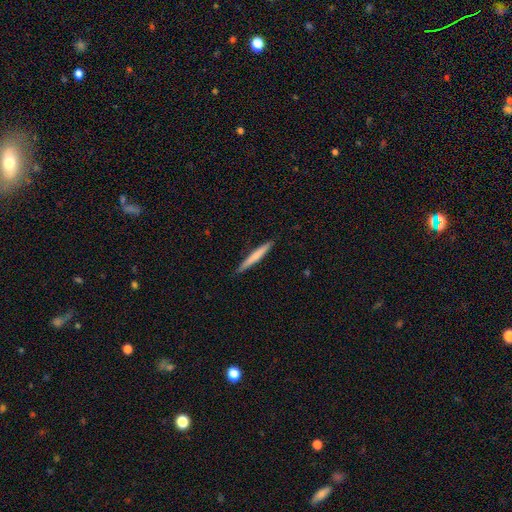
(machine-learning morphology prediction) Q: Smooth or featured?
A: smooth (67%); runner-up: featured or disk (28%)
Q: How rounded?
A: cigar-shaped (96%); runner-up: in between (2%)
Q: Merging?
A: none (90%); runner-up: minor disturbance (7%)